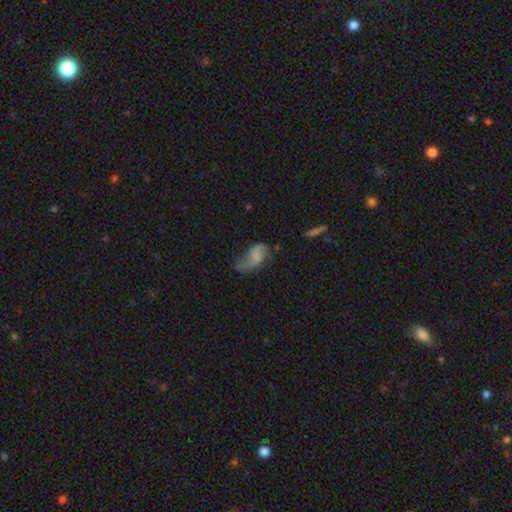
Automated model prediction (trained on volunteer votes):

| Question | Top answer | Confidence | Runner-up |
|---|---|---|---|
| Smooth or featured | featured or disk | 64% | smooth (28%) |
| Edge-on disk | no | 97% | yes (3%) |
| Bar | no | 55% | weak (36%) |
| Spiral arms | yes | 88% | no (12%) |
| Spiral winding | loose | 71% | medium (23%) |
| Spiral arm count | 2 | 78% | 1 (15%) |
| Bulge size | none | 62% | small (19%) |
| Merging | none | 44% | major disturbance (26%) |